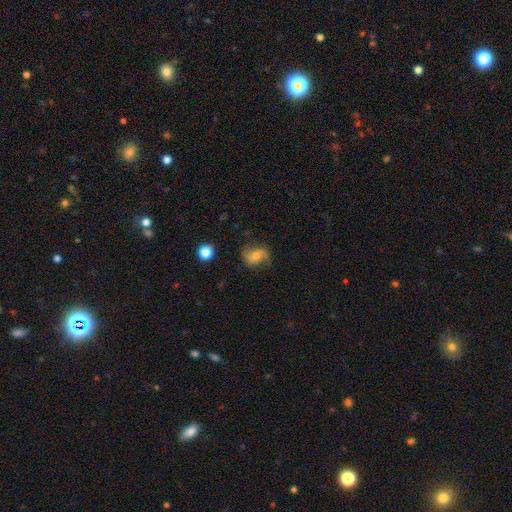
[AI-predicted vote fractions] smooth_or_featured: featured or disk (p=0.54) [alt: smooth p=0.36]
disk_edge_on: no (p=0.96) [alt: yes p=0.04]
bar: no (p=0.56) [alt: weak p=0.33]
has_spiral_arms: yes (p=0.86) [alt: no p=0.14]
bulge_size: small (p=0.49) [alt: moderate p=0.40]
merging: none (p=0.64) [alt: minor disturbance p=0.23]